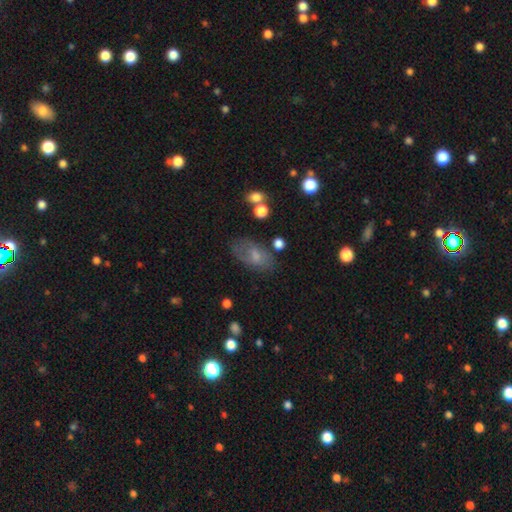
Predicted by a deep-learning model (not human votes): Smooth or featured? smooth (60%)
How rounded? in between (91%)
Merging? none (60%)